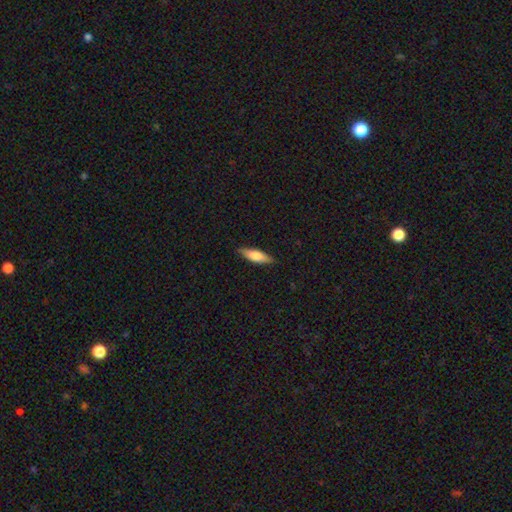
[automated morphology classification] Smooth or featured? Predicted: smooth (p=0.68). How rounded? Predicted: cigar-shaped (p=0.52). Merging? Predicted: none (p=0.87).